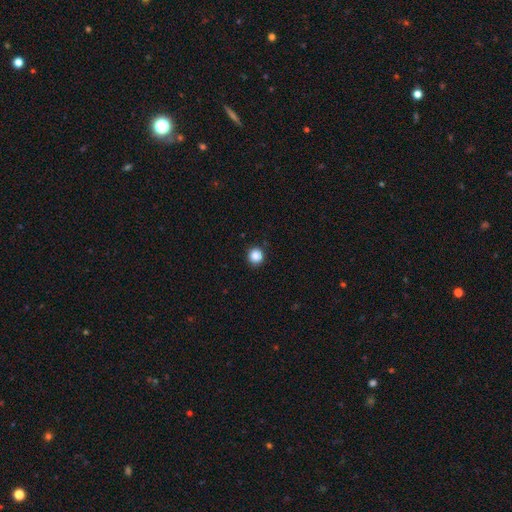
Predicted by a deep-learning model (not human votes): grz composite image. It shows a smooth galaxy with no disk features (87%) that is round (94%). Merging: none (90%).